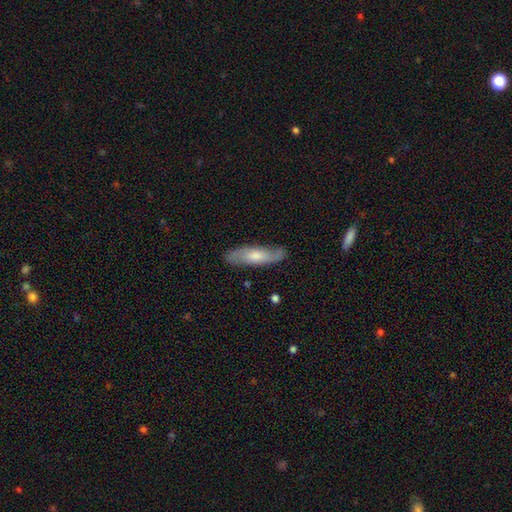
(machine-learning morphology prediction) This appears to be a featured or disk galaxy (52%). Merging: none (82%).